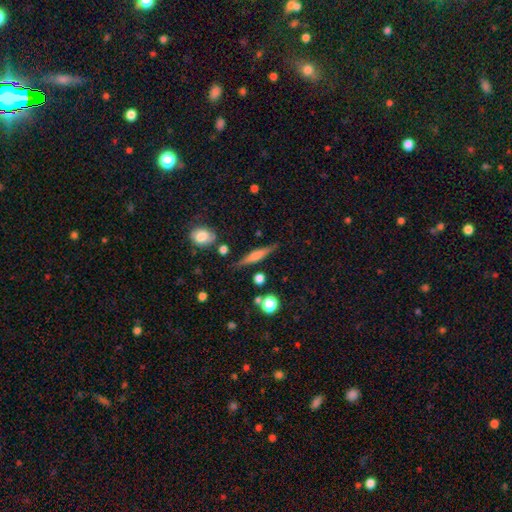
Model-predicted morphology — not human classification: A featured or disk galaxy (47%).

Vote fractions:
- Smooth or featured? featured or disk: 47% / smooth: 46% / star or artifact: 7%
- Merging? none: 81% / minor disturbance: 13% / merger: 4% / major disturbance: 3%